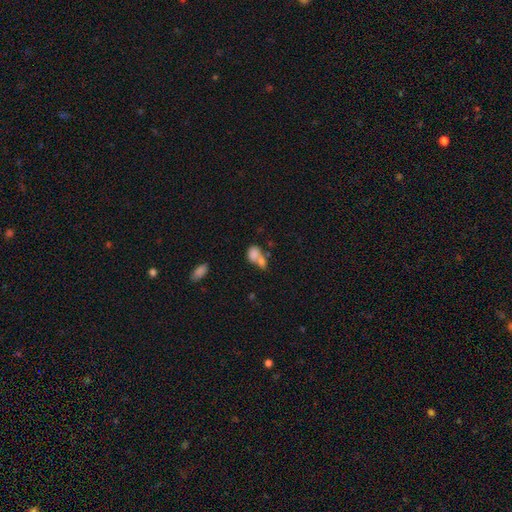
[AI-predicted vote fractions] This appears to be a smooth galaxy with no disk features (77%) that is in between round and cigar-shaped (76%). Merging: merger (64%).